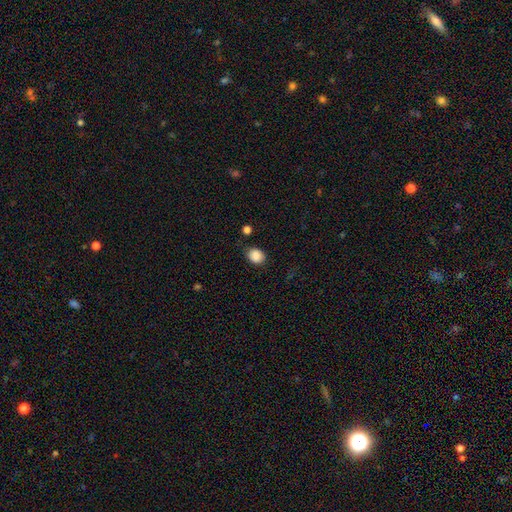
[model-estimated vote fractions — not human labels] smooth-or-featured: smooth: 87% | star or artifact: 9% | featured or disk: 4%
  how-rounded: round: 50% | in between: 49% | cigar-shaped: 1%
  merging: none: 75% | minor disturbance: 18% | major disturbance: 4% | merger: 3%